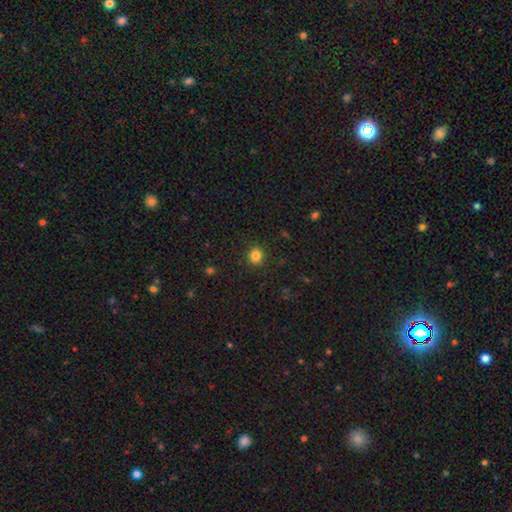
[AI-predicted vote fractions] Overall: smooth (84%). How rounded: round (82%). Merging: none (90%).